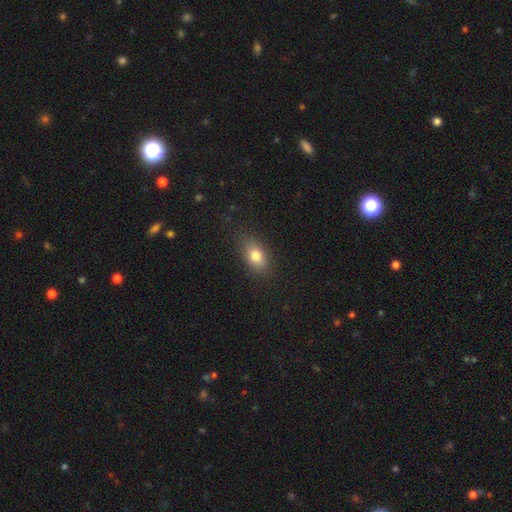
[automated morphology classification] type=smooth (79%); roundness=in between (81%); merging=none (82%).